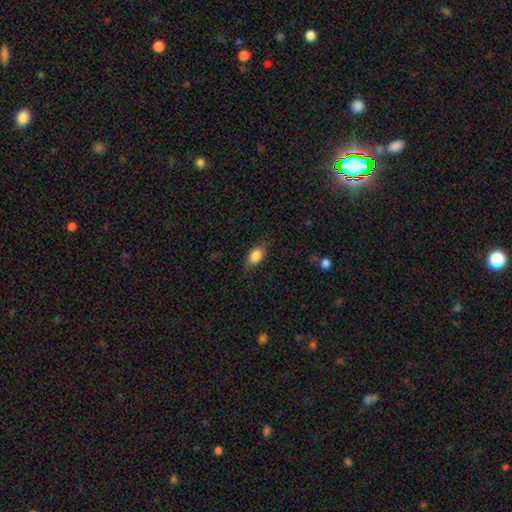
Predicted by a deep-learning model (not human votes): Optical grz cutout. It shows a smooth galaxy with no disk features (82%) that is in between round and cigar-shaped (85%). Merging: none (77%).